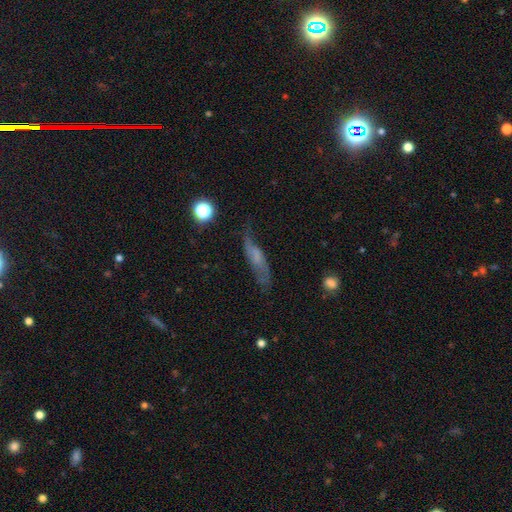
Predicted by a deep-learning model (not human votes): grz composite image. It shows a featured or disk galaxy (52%). Merging: none (57%).